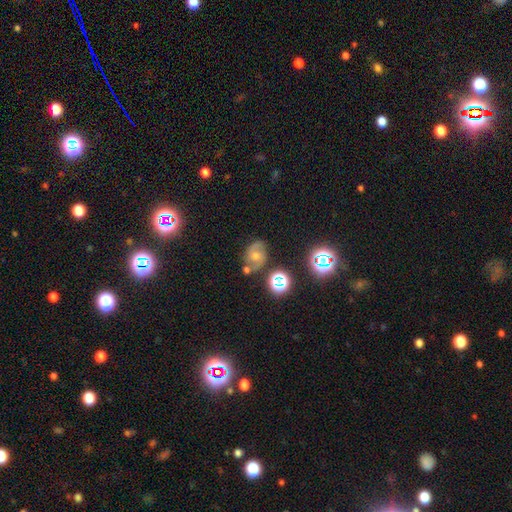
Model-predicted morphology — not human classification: Smooth or featured? Predicted: featured or disk (p=0.61). Edge-on disk? Predicted: no (p=0.97). Bar? Predicted: no (p=0.57). Spiral arms? Predicted: yes (p=0.91). Spiral winding? Predicted: medium (p=0.50). Spiral arm count? Predicted: 2 (p=0.76). Bulge size? Predicted: moderate (p=0.52). Merging? Predicted: none (p=0.74).